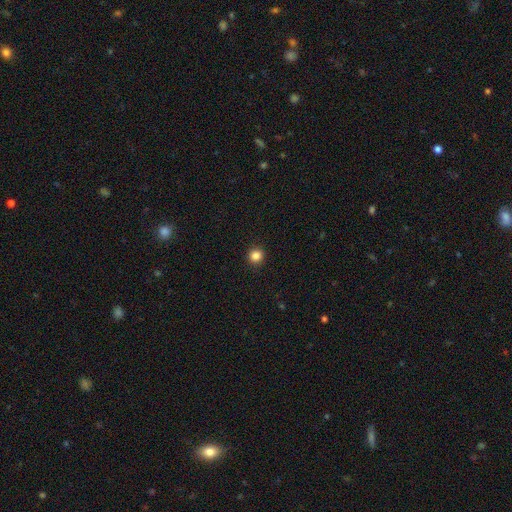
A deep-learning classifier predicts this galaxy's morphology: type=smooth (85%); roundness=round (93%); merging=none (93%).